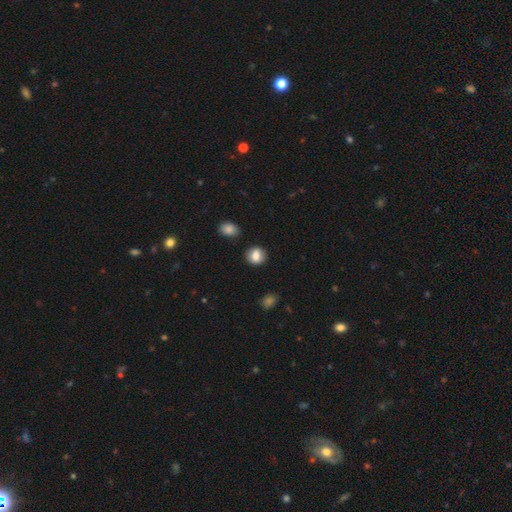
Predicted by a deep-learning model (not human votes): Morphology: type=smooth (83%); roundness=round (72%); merging=none (85%).